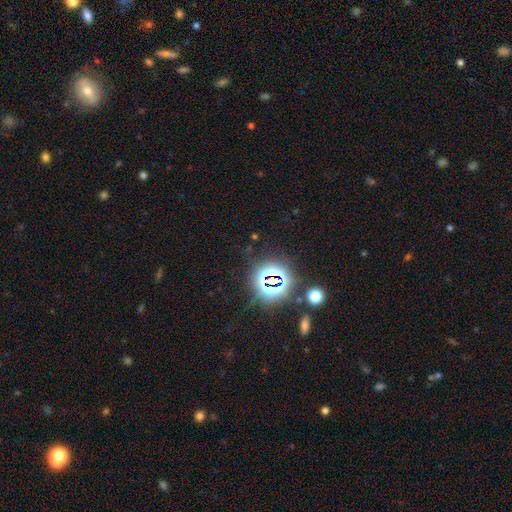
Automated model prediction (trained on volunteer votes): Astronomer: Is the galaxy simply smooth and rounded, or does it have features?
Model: star or artifact — 81%.